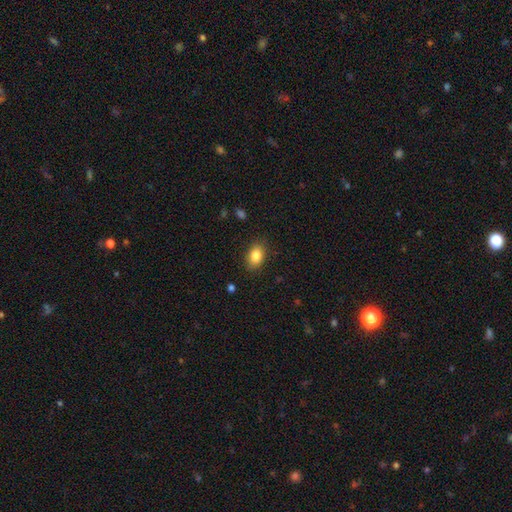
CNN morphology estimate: Overall: smooth (84%). How rounded: in between (84%). Merging: none (87%).